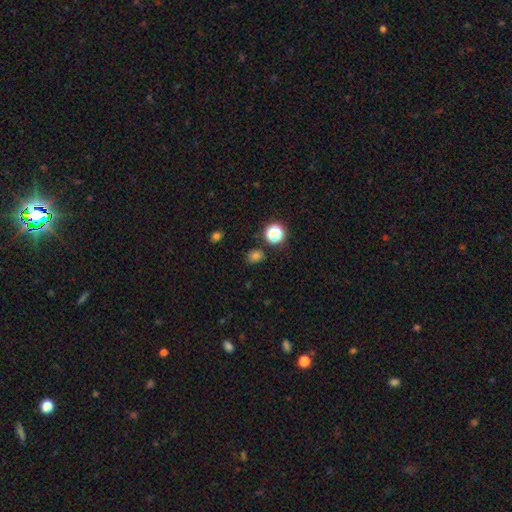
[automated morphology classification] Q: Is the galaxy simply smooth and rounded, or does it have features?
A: smooth — 71%.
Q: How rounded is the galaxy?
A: round — 68%.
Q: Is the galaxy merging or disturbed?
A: none — 83%.